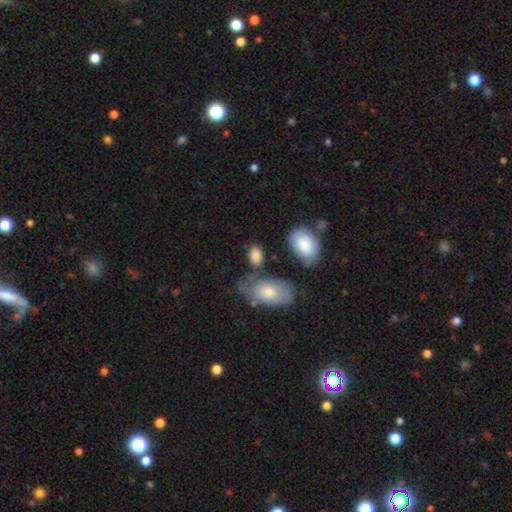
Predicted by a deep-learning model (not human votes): Smooth or featured: smooth — 83% (featured or disk — 9%)
How rounded: in between — 84% (round — 14%)
Merging: none — 58% (minor disturbance — 21%)